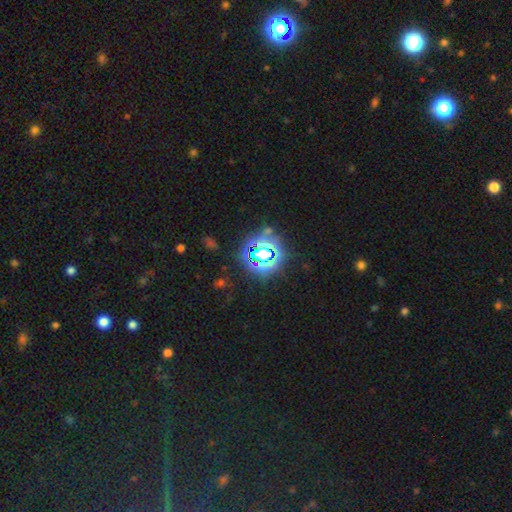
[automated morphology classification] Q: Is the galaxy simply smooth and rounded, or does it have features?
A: star or artifact — 65%.